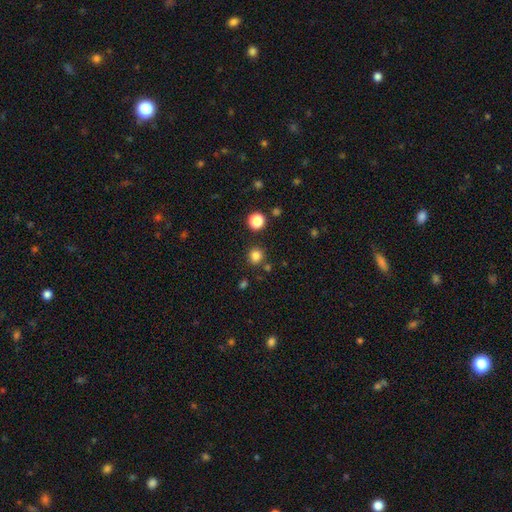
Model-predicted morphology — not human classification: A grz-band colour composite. It shows a smooth galaxy with no disk features (82%) that is round (84%). Merging: none (84%).